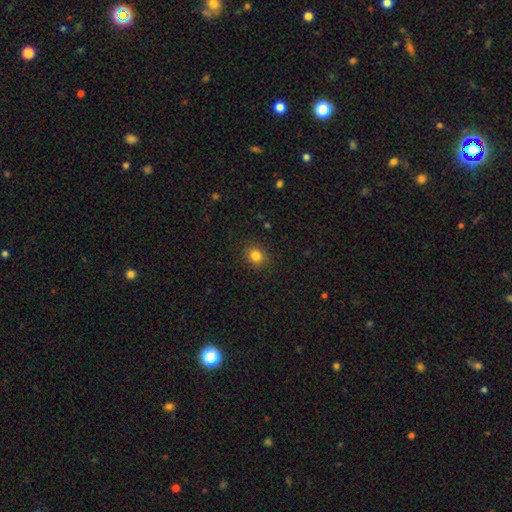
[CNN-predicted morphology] smooth 83%, star or artifact 12%, featured or disk 5%. Down the decision tree: how rounded — round (75%); merging — none (89%).